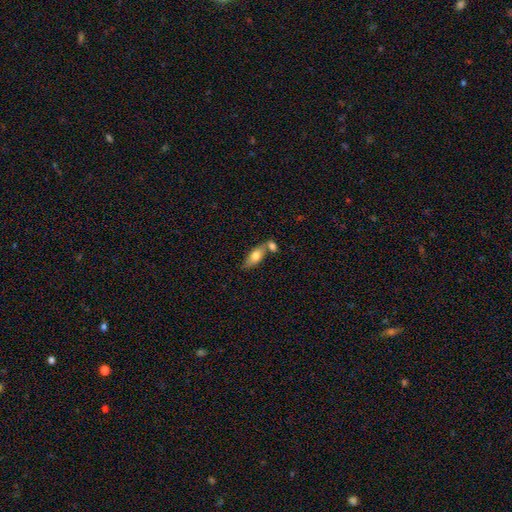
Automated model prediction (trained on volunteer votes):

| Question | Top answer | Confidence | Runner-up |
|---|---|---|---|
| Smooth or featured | smooth | 69% | featured or disk (25%) |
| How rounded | in between | 77% | cigar-shaped (19%) |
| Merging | none | 45% | merger (39%) |